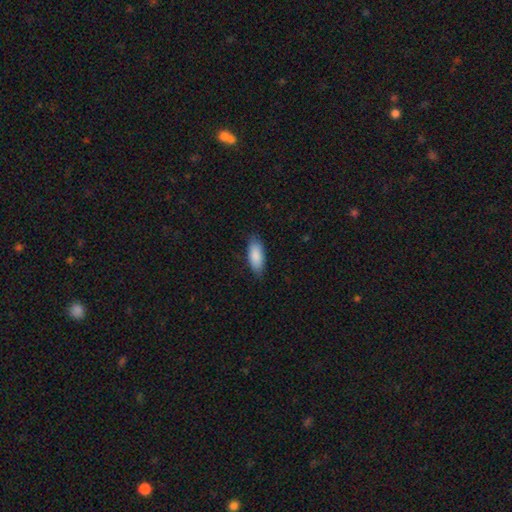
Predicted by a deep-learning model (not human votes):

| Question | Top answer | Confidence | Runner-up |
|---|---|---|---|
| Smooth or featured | smooth | 87% | featured or disk (7%) |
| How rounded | in between | 83% | cigar-shaped (16%) |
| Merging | none | 82% | minor disturbance (15%) |